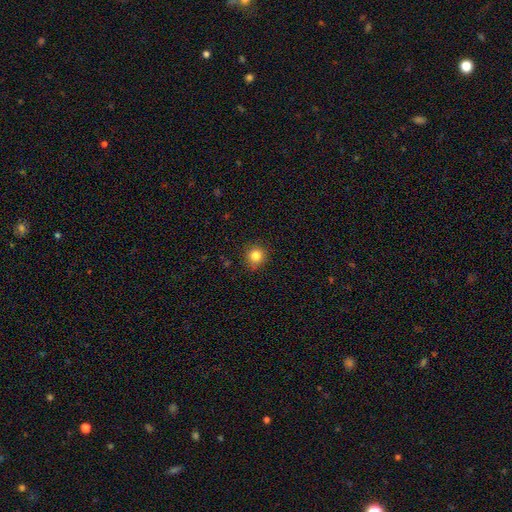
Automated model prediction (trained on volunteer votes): Smooth or featured? Predicted: smooth (p=0.83). How rounded? Predicted: round (p=0.92). Merging? Predicted: none (p=0.88).